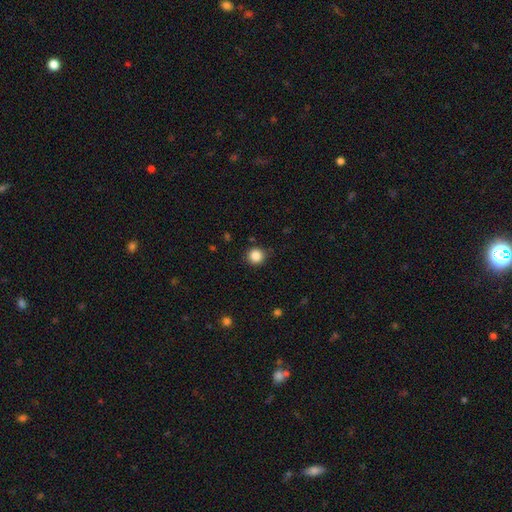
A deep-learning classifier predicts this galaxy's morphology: Overall: smooth (86%). How rounded: round (93%). Merging: none (87%).